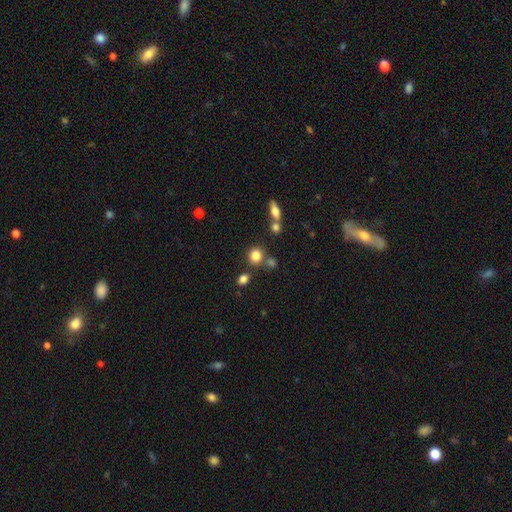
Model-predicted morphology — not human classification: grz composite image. It shows a smooth galaxy with no disk features (82%) that is round (76%). Merging: none (70%).